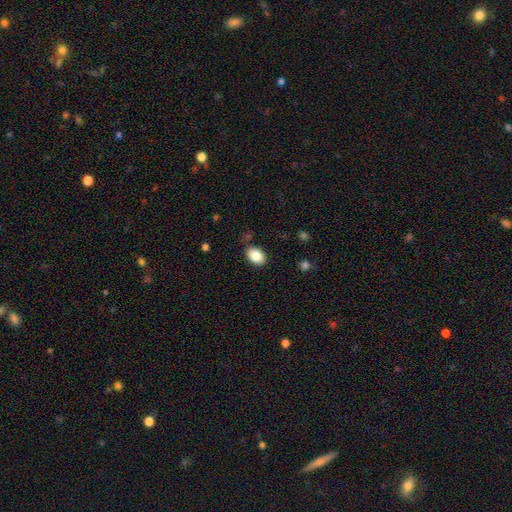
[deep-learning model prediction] Smooth or featured?
  - smooth: 86% *
  - star or artifact: 8%
  - featured or disk: 6%
How rounded?
  - in between: 84% *
  - round: 15%
  - cigar-shaped: 1%
Merging?
  - none: 83% *
  - minor disturbance: 12%
  - major disturbance: 3%
  - merger: 2%